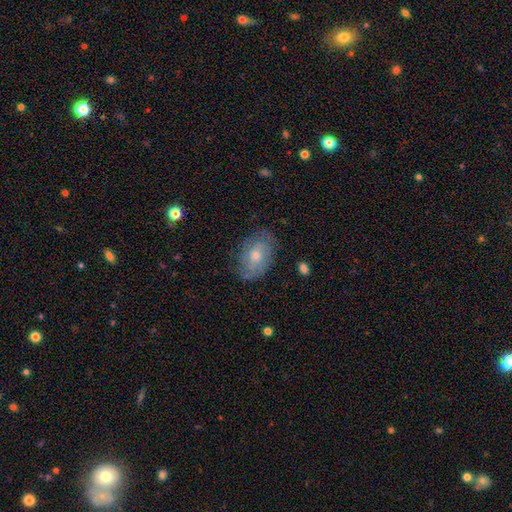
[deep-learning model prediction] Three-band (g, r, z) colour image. It shows a featured or disk galaxy (46%). Merging: none (76%).